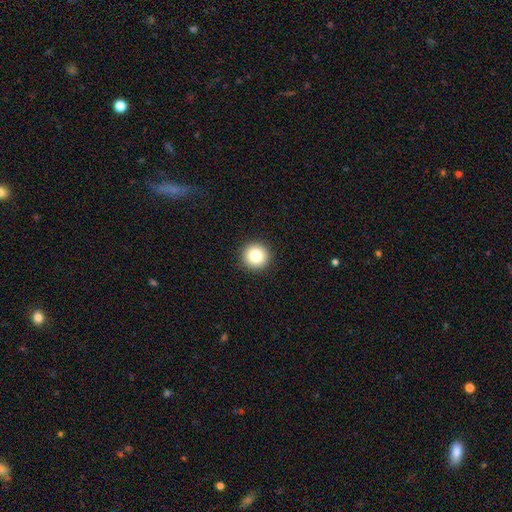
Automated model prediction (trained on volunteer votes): Smooth or featured? smooth (81%)
How rounded? round (96%)
Merging? none (93%)